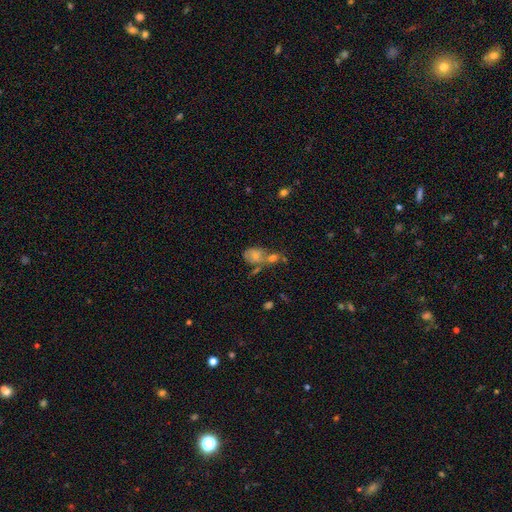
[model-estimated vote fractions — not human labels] Smooth or featured? Predicted: smooth (p=0.61). How rounded? Predicted: in between (p=0.67). Merging? Predicted: merger (p=0.48).